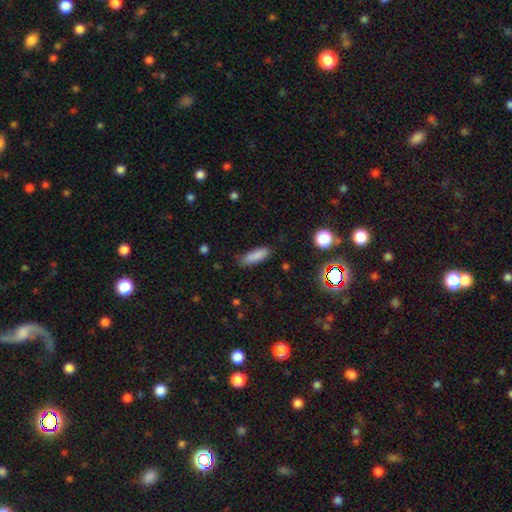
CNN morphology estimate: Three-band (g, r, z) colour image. It shows a smooth galaxy with no disk features (85%) that is in between round and cigar-shaped (52%). Merging: none (78%).